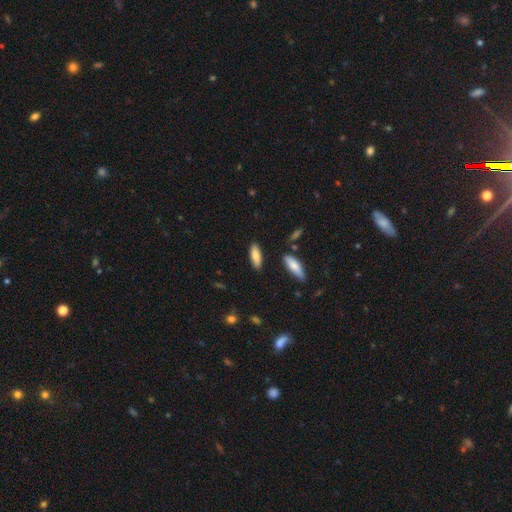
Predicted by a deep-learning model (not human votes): Smooth or featured: smooth — 80% (featured or disk — 14%)
How rounded: in between — 59% (cigar-shaped — 39%)
Merging: none — 86% (minor disturbance — 9%)